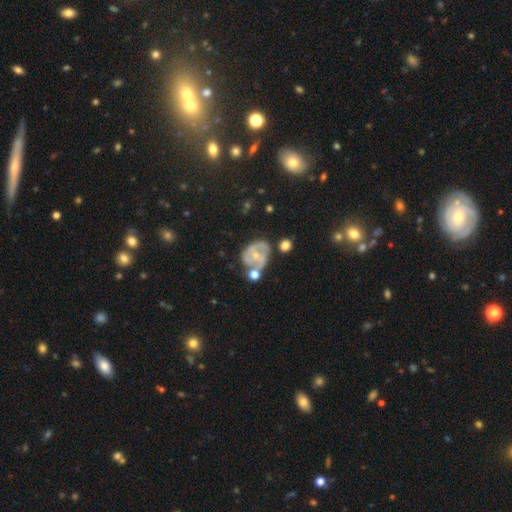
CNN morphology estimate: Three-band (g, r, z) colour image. It shows a featured or disk galaxy (75%) with no bar (57%), 2 (60%) tight (43%) spiral arms (84%) and a small central bulge (56%). Merging: none (48%).